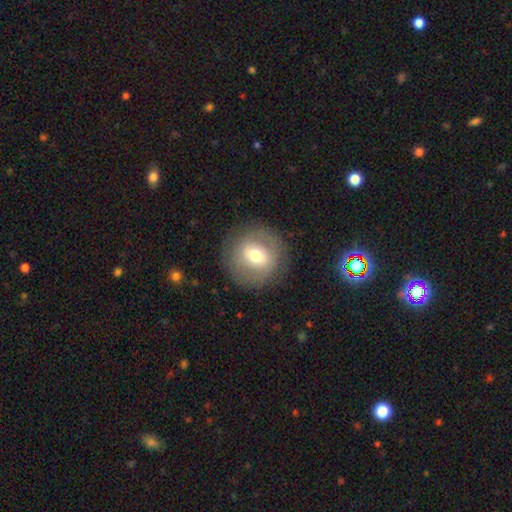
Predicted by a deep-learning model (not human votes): A smooth galaxy with no disk features (47%).

Vote fractions:
- Smooth or featured? smooth: 47% / featured or disk: 44% / star or artifact: 9%
- Merging? none: 83% / minor disturbance: 11% / major disturbance: 6% / merger: 1%